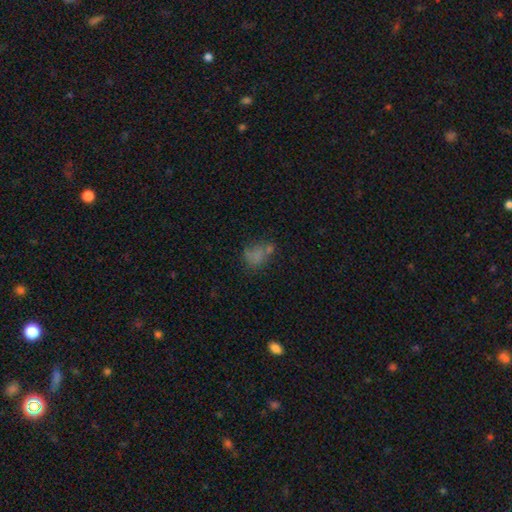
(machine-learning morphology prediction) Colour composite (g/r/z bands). It shows a smooth galaxy with no disk features (65%) that is in between round and cigar-shaped (59%). Merging: none (41%).